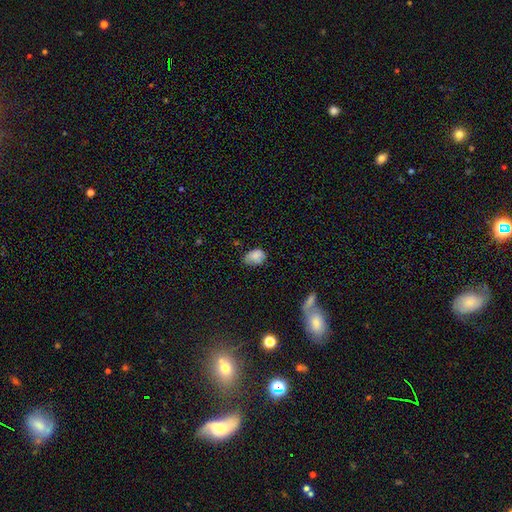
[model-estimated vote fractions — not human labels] Smooth or featured?
  - smooth: 82% *
  - star or artifact: 9%
  - featured or disk: 9%
How rounded?
  - in between: 79% *
  - round: 20%
  - cigar-shaped: 1%
Merging?
  - none: 54% *
  - minor disturbance: 36%
  - major disturbance: 8%
  - merger: 2%